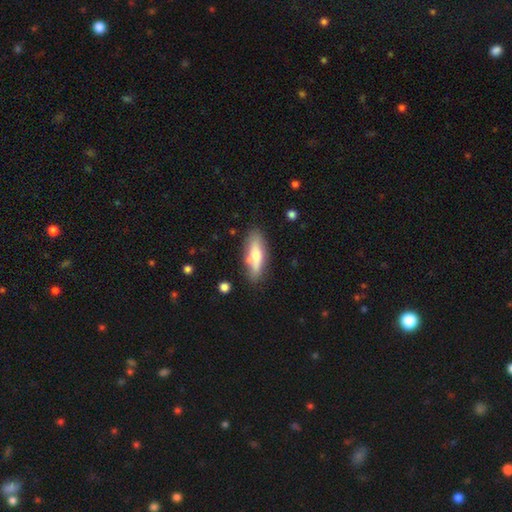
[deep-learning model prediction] Overall: smooth (57%; featured or disk 37%). How rounded: in between (52%; cigar-shaped 45%). Merging: none (75%).